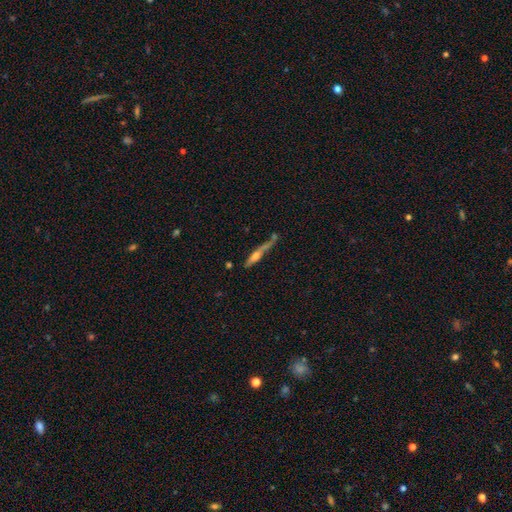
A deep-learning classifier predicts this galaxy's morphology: Smooth or featured: featured or disk — 62% (smooth — 30%)
Edge-on disk: yes — 94% (no — 6%)
Edge-on bulge: rounded — 80% (none — 11%)
Merging: none — 59% (minor disturbance — 20%)